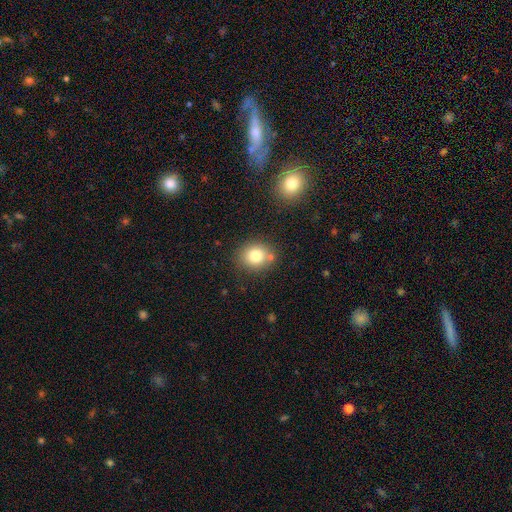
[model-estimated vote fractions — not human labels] smooth 78%, star or artifact 12%, featured or disk 10%. Down the decision tree: how rounded — round (76%); merging — none (77%).